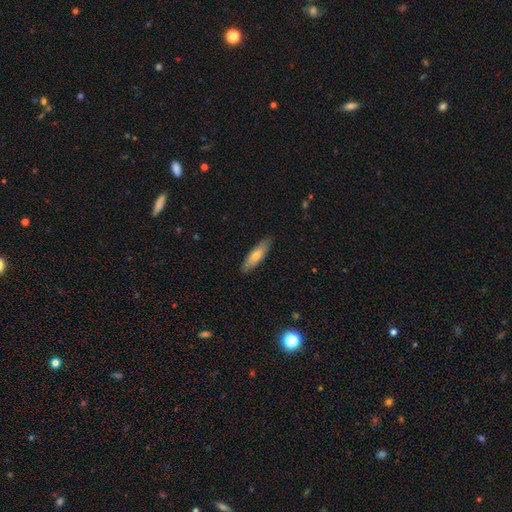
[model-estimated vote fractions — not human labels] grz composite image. It shows a smooth galaxy with no disk features (66%) that is cigar-shaped (67%). Merging: none (88%).